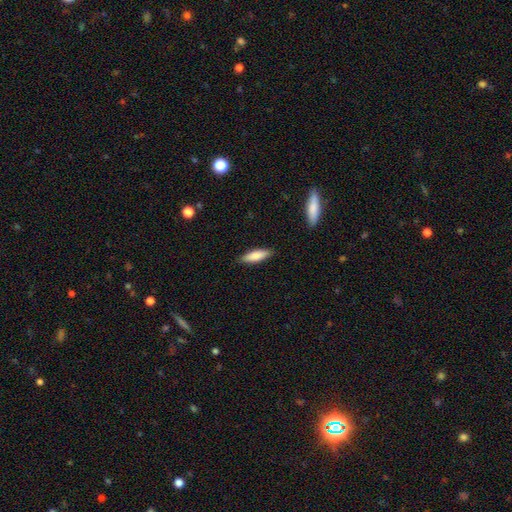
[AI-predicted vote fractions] A smooth galaxy with no disk features (81%) that is cigar-shaped (56%). Merging: none (87%).